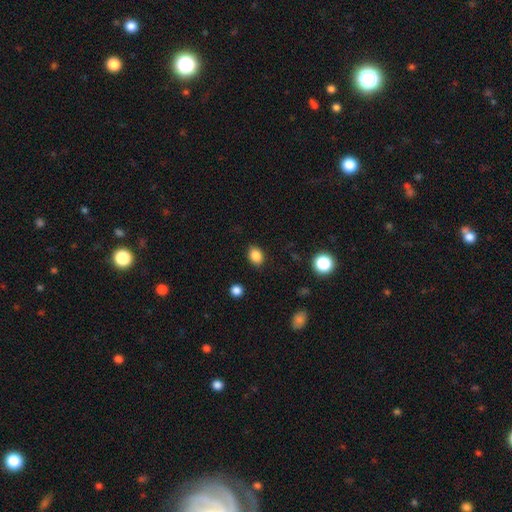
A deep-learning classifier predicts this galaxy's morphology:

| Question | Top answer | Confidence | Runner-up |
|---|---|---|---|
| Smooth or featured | smooth | 86% | star or artifact (10%) |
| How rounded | in between | 68% | round (31%) |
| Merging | none | 86% | minor disturbance (10%) |